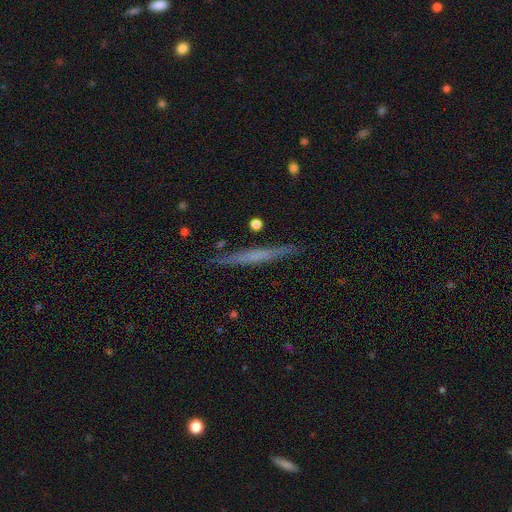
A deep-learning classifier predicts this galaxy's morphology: smooth_or_featured: featured or disk (p=0.52) [alt: smooth p=0.41]
disk_edge_on: yes (p=0.96) [alt: no p=0.04]
edge_on_bulge: none (p=0.77) [alt: rounded p=0.15]
merging: none (p=0.90) [alt: minor disturbance p=0.07]